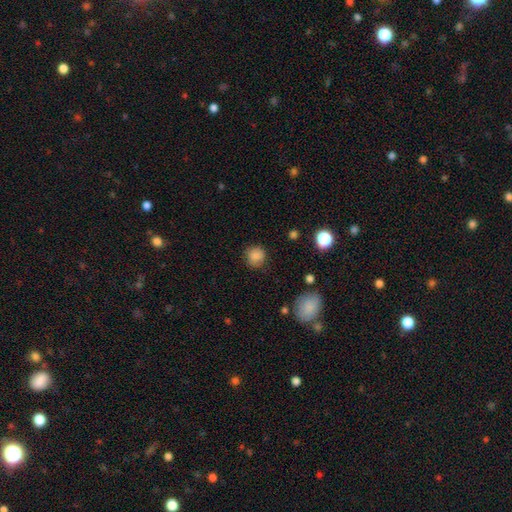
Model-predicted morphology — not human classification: Smooth or featured: smooth — 84% (star or artifact — 11%)
How rounded: round — 87% (in between — 12%)
Merging: none — 82% (minor disturbance — 13%)